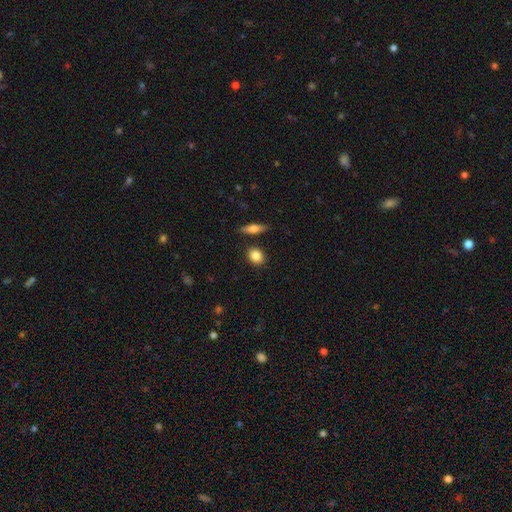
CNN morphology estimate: smooth-or-featured: smooth: 85% | featured or disk: 8% | star or artifact: 8%
  how-rounded: round: 55% | in between: 42% | cigar-shaped: 3%
  merging: none: 84% | minor disturbance: 9% | merger: 5% | major disturbance: 2%